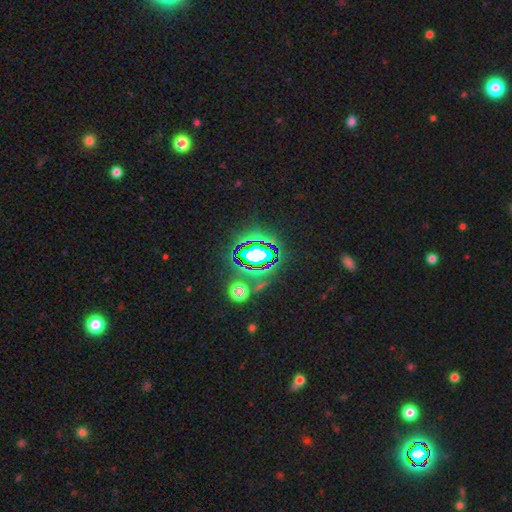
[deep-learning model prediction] This appears to be a star or artifact, not a galaxy (66%).